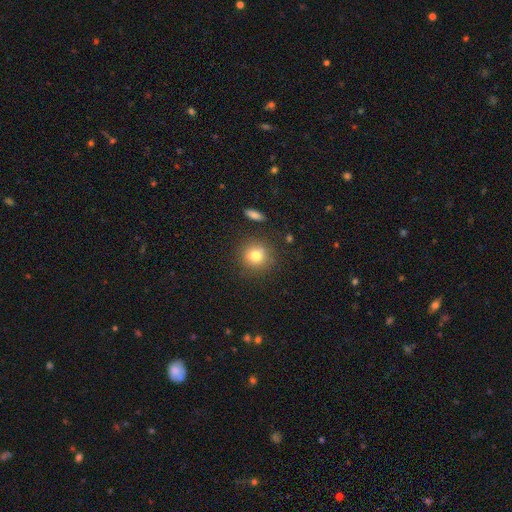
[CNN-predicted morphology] This is likely a smooth galaxy (79%). How rounded: clearly round (90%). Merging: clearly none (84%).